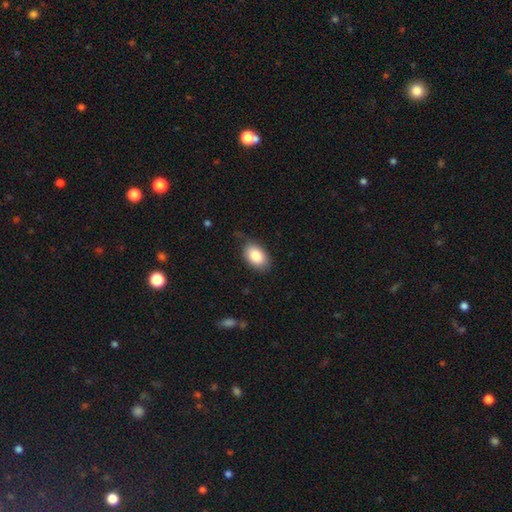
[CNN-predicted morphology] Smooth or featured? Predicted: smooth (p=0.86). How rounded? Predicted: in between (p=0.91). Merging? Predicted: none (p=0.77).